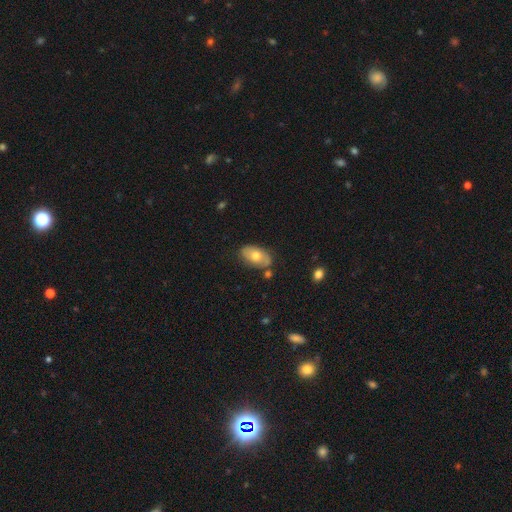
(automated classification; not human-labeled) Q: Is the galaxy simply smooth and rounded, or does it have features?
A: smooth — 60%.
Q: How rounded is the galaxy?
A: in between — 92%.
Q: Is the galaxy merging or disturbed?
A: none — 71%.